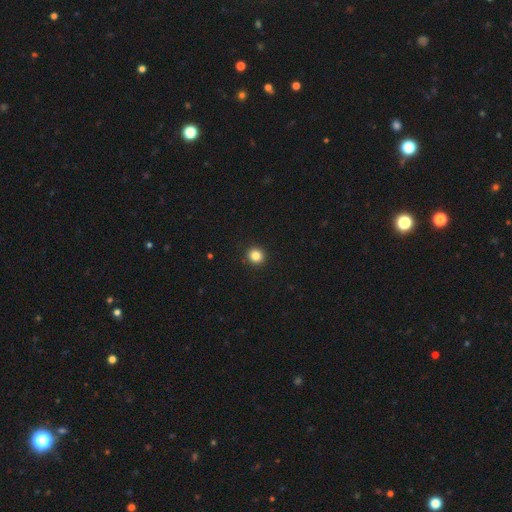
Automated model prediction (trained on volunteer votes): smooth_or_featured: smooth (p=0.85) [alt: star or artifact p=0.11]
how_rounded: round (p=0.91) [alt: in between p=0.08]
merging: none (p=0.93) [alt: minor disturbance p=0.04]